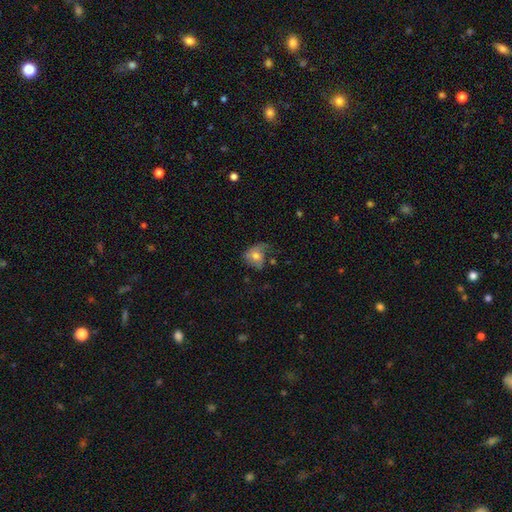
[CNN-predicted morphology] Overall: smooth (61%; featured or disk 30%). How rounded: in between (50%; round 49%). Merging: major disturbance (33%; none 32%).